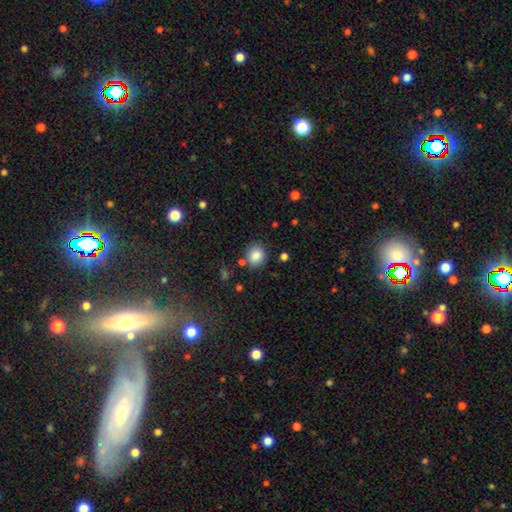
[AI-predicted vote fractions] Q: Smooth or featured?
A: smooth (84%); runner-up: star or artifact (10%)
Q: How rounded?
A: round (76%); runner-up: in between (23%)
Q: Merging?
A: none (81%); runner-up: minor disturbance (10%)